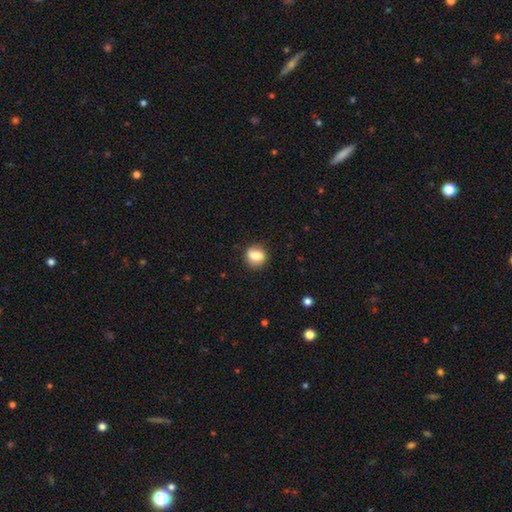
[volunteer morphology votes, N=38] A smooth galaxy with no disk features (74%) that is round (54%). Merging: none (91%).